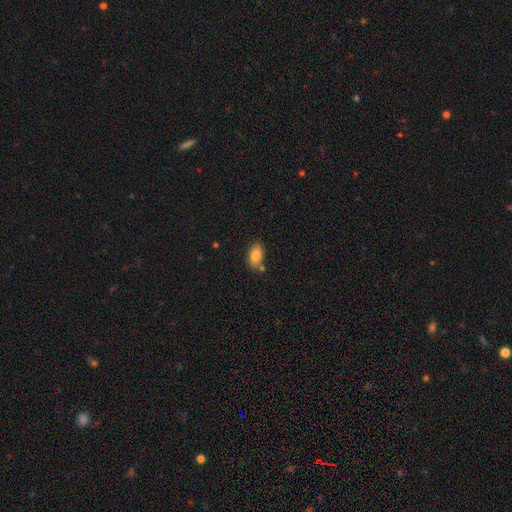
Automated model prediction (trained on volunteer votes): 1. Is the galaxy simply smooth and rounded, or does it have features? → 81% smooth, 11% featured or disk, 8% star or artifact.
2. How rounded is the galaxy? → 91% in between, 6% round, 3% cigar-shaped.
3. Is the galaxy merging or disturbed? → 73% none, 15% minor disturbance, 9% merger, 3% major disturbance.